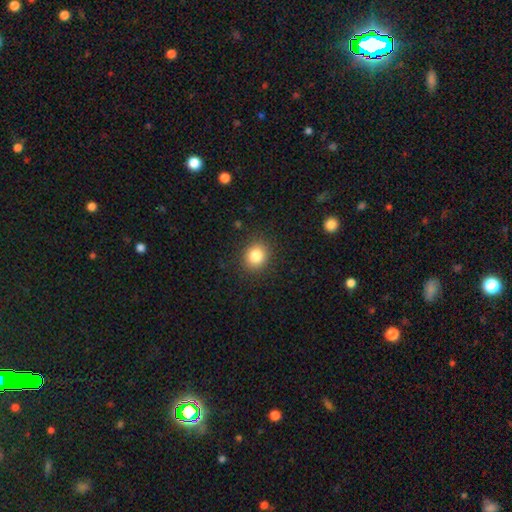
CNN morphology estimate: Smooth or featured? Predicted: smooth (p=0.83). How rounded? Predicted: round (p=0.76). Merging? Predicted: none (p=0.89).